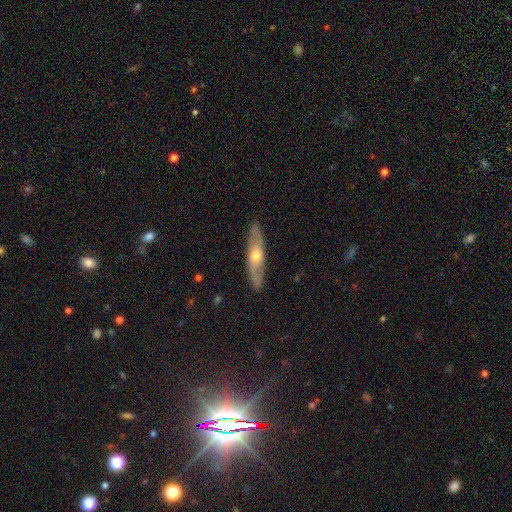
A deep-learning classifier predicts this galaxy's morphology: type=featured or disk (57%); edge-on=yes (59%); merging=none (87%).